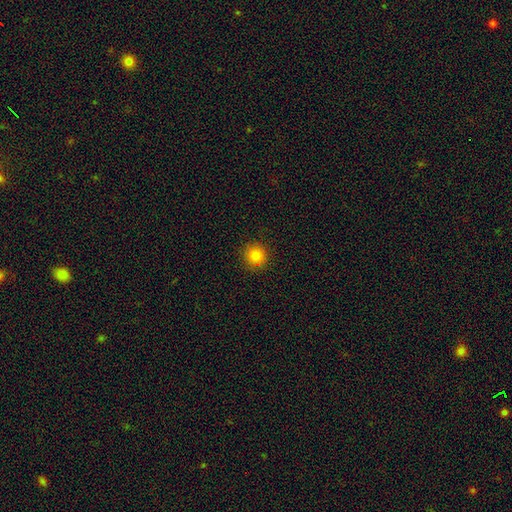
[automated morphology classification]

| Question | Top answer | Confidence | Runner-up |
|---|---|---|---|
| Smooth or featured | smooth | 83% | star or artifact (12%) |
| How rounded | round | 94% | in between (5%) |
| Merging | none | 90% | minor disturbance (6%) |